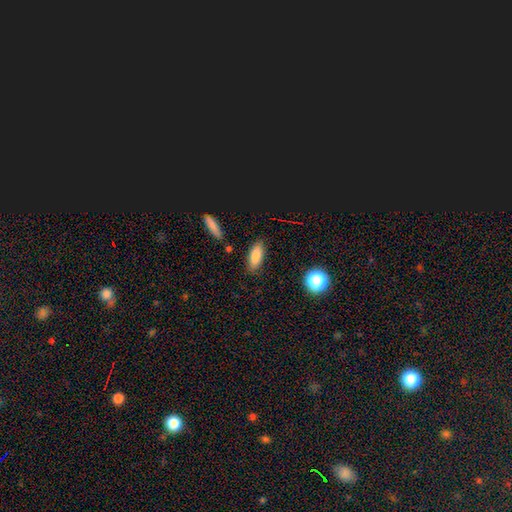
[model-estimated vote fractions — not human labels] Smooth or featured? smooth (82%)
How rounded? in between (74%)
Merging? none (85%)